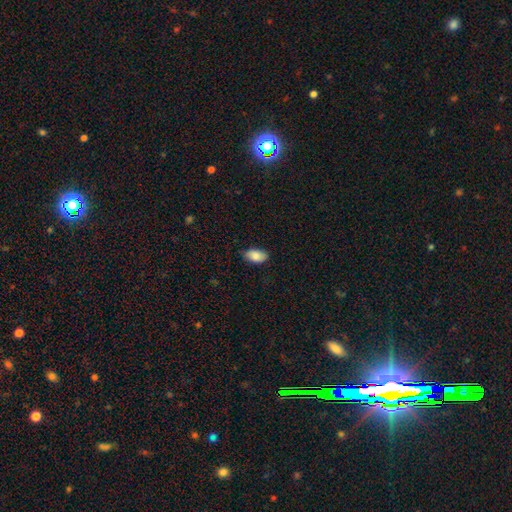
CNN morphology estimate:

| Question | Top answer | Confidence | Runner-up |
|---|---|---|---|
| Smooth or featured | smooth | 87% | star or artifact (7%) |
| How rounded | in between | 93% | round (5%) |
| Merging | none | 80% | minor disturbance (16%) |